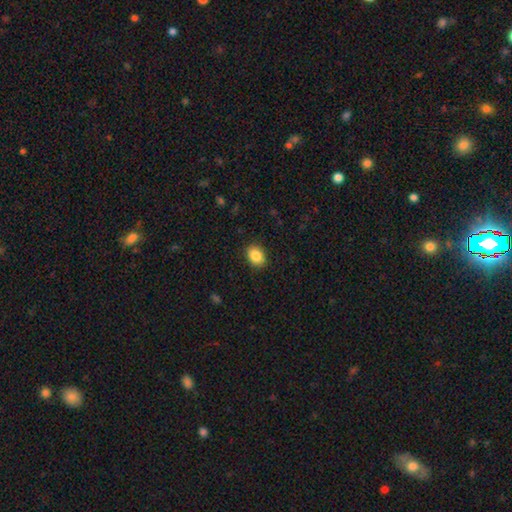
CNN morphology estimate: Smooth or featured? Predicted: smooth (p=0.87). How rounded? Predicted: in between (p=0.66). Merging? Predicted: none (p=0.89).